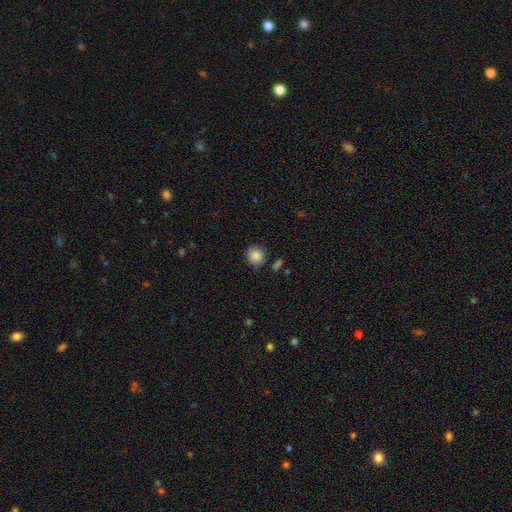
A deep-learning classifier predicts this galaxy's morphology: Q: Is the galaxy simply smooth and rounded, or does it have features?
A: smooth — 86%.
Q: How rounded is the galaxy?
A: round — 70%.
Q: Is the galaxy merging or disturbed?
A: none — 74%.